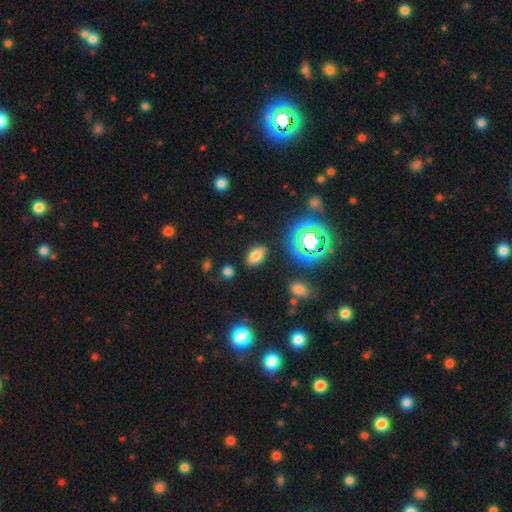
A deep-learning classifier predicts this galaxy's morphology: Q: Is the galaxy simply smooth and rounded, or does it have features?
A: smooth — 74%.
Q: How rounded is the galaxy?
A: in between — 89%.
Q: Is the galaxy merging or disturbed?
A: none — 85%.